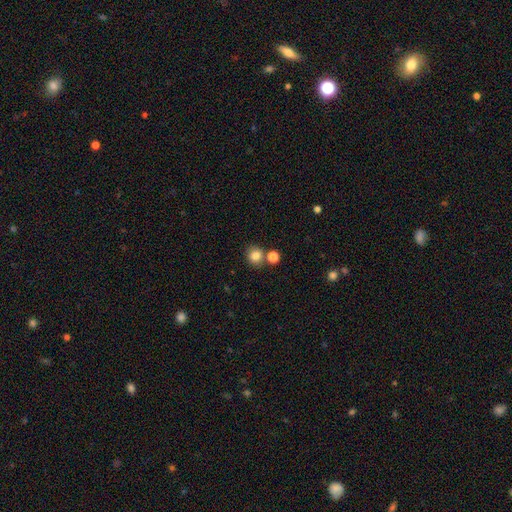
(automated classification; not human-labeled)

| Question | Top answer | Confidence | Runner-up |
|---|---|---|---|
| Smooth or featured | smooth | 82% | star or artifact (12%) |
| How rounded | round | 87% | in between (12%) |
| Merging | none | 72% | merger (17%) |